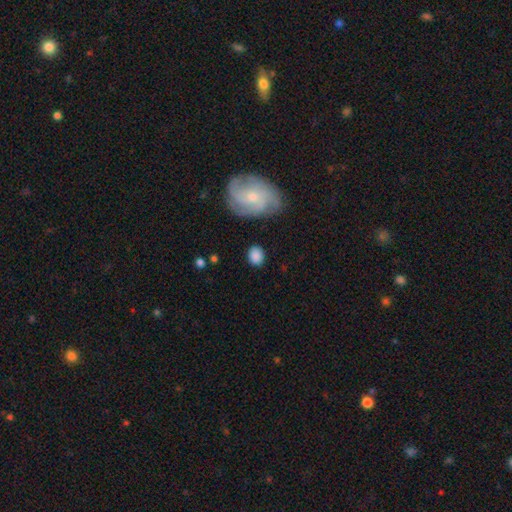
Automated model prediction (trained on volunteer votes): Morphology: type=smooth (82%); roundness=round (63%); merging=none (83%).